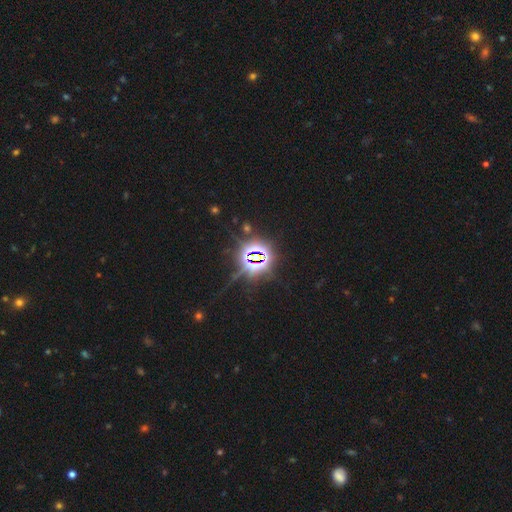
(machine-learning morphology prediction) Q: Smooth or featured?
A: star or artifact (83%); runner-up: smooth (11%)